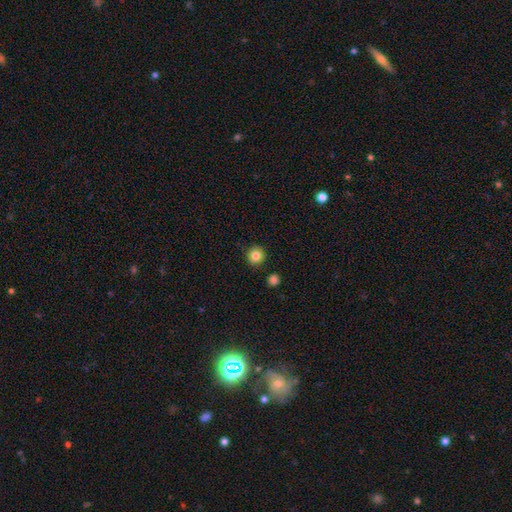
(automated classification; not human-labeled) A smooth galaxy with no disk features (84%) that is round (94%). Merging: none (91%).